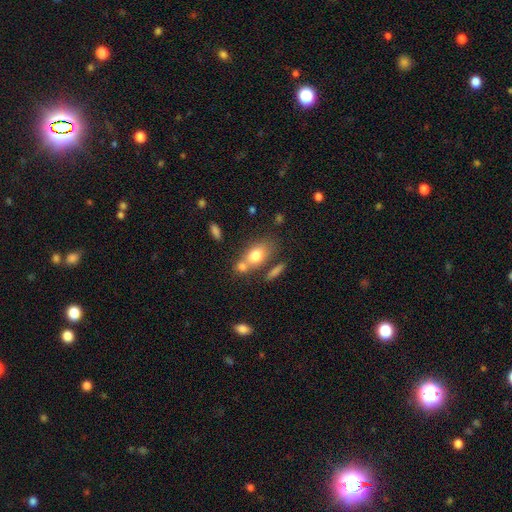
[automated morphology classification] Smooth or featured: smooth — 74% (featured or disk — 17%)
How rounded: in between — 77% (round — 18%)
Merging: none — 47% (merger — 34%)